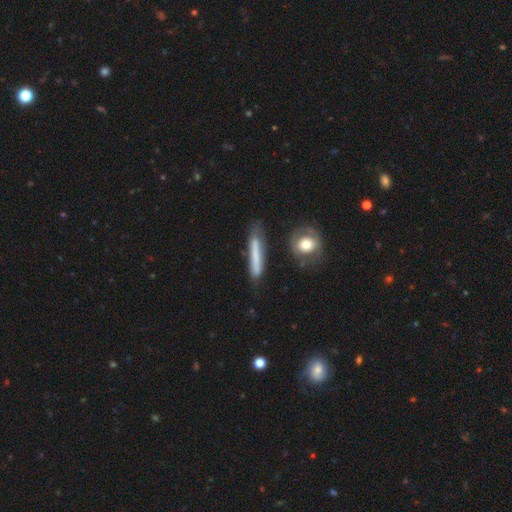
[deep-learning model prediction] A smooth galaxy with no disk features (65%) that is cigar-shaped (92%).

Vote fractions:
- Smooth or featured? smooth: 65% / featured or disk: 27% / star or artifact: 8%
- How rounded? cigar-shaped: 92% / in between: 6% / round: 2%
- Merging? none: 72% / minor disturbance: 18% / major disturbance: 5% / merger: 4%